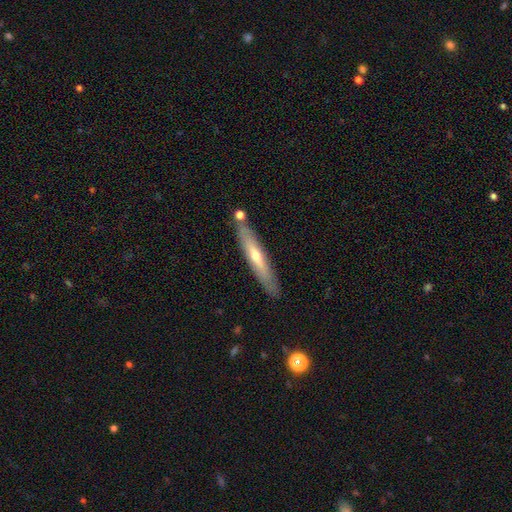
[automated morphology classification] type=featured or disk (51%); edge-on=yes (79%); merging=none (83%).